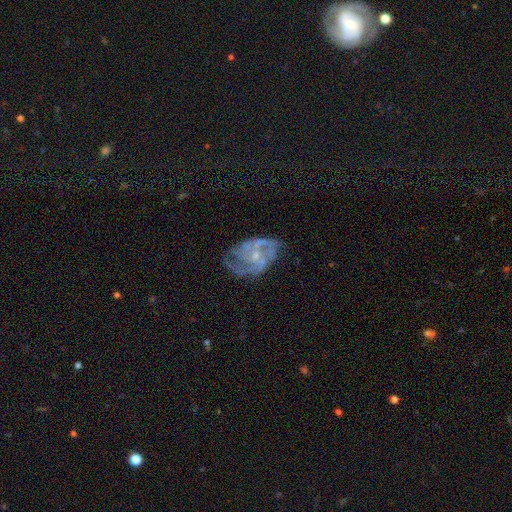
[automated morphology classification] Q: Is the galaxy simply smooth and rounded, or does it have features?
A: featured or disk — 82%.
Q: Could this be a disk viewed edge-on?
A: no — 97%.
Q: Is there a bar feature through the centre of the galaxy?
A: no — 62%.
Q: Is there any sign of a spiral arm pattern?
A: yes — 87%.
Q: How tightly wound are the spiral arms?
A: medium — 47%.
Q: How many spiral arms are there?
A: can't tell — 28%.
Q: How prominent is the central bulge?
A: small — 68%.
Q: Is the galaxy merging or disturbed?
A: none — 54%.